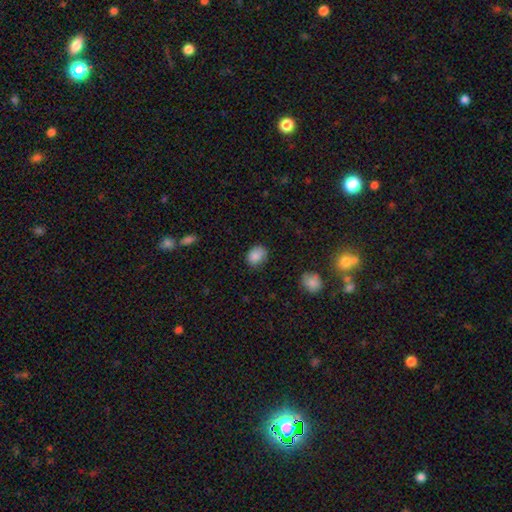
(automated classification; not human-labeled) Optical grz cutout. It shows a smooth galaxy with no disk features (86%) that is in between round and cigar-shaped (56%). Merging: none (75%).